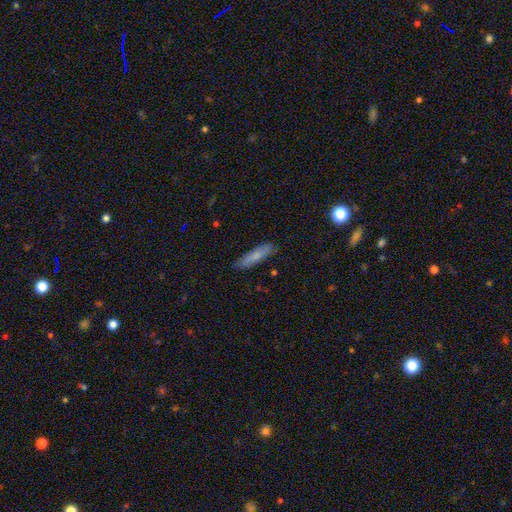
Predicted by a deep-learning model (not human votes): smooth 73%, featured or disk 20%, star or artifact 7%. Down the decision tree: how rounded — cigar-shaped (78%); merging — none (84%).